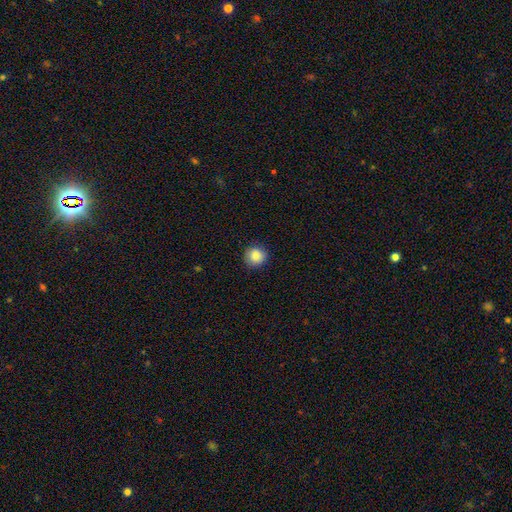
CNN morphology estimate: smooth 88%, star or artifact 9%, featured or disk 4%. Down the decision tree: how rounded — round (92%); merging — none (88%).